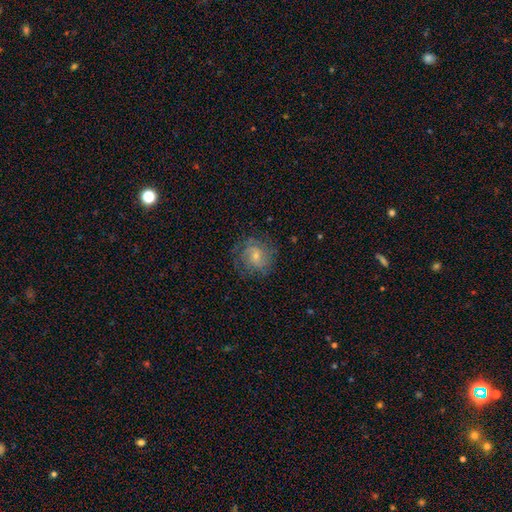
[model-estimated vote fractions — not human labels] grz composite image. It shows a featured or disk galaxy (59%) with no bar (51%), spiral arms (85%) and a small central bulge (56%). Merging: none (76%).